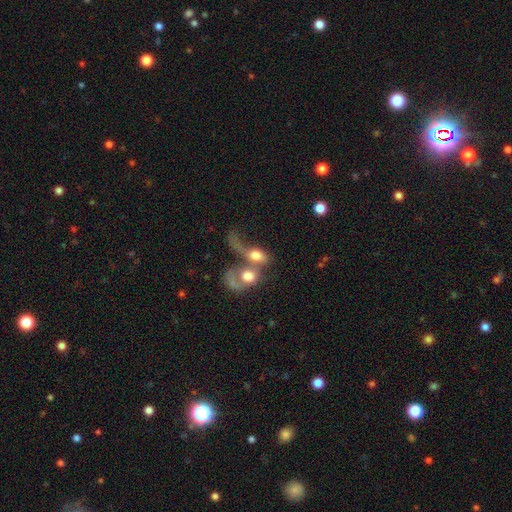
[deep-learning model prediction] Q: Smooth or featured?
A: smooth (59%); runner-up: featured or disk (32%)
Q: How rounded?
A: in between (71%); runner-up: round (24%)
Q: Merging?
A: merger (70%); runner-up: major disturbance (15%)